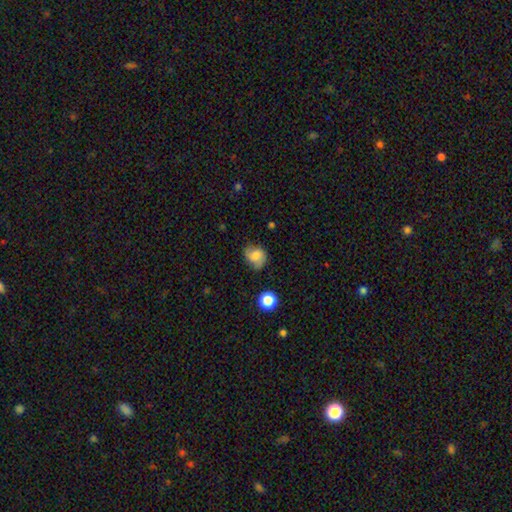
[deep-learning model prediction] This is likely a smooth galaxy (68%). How rounded: likely round (61%). Merging: possibly none (59%).